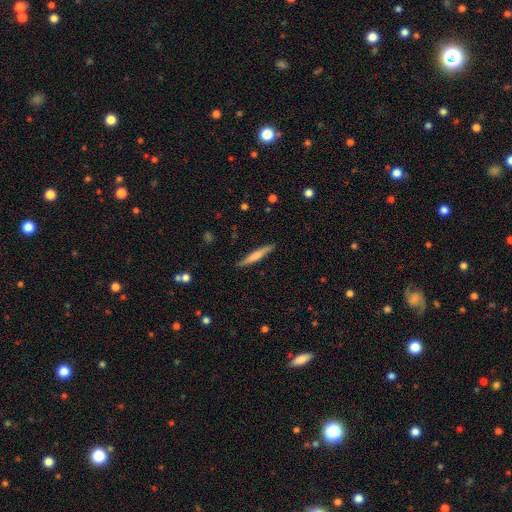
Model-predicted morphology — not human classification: Smooth or featured: smooth — 59% (featured or disk — 36%)
How rounded: cigar-shaped — 94% (in between — 5%)
Merging: none — 88% (minor disturbance — 9%)